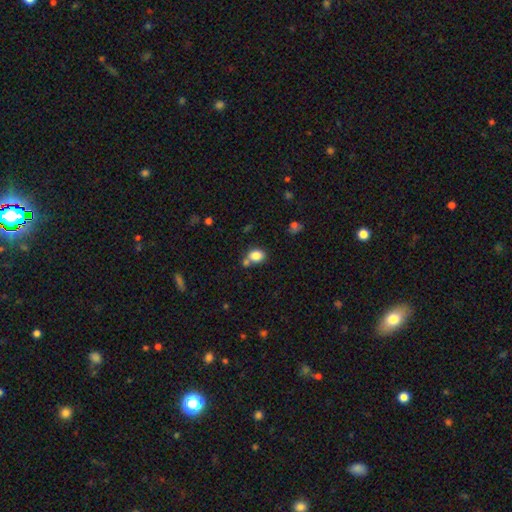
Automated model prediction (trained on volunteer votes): Smooth or featured?
  - smooth: 83% *
  - star or artifact: 10%
  - featured or disk: 7%
How rounded?
  - in between: 56% *
  - round: 43%
  - cigar-shaped: 1%
Merging?
  - none: 57% *
  - merger: 25%
  - minor disturbance: 13%
  - major disturbance: 4%